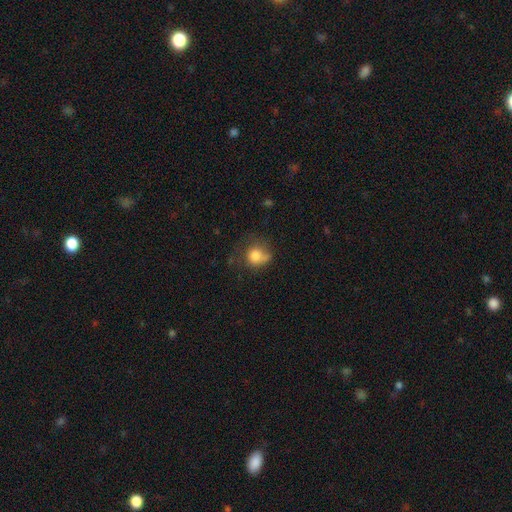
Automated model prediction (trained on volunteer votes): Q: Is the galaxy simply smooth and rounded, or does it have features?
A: smooth — 76%.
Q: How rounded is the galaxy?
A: round — 75%.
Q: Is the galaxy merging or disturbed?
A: none — 44%.